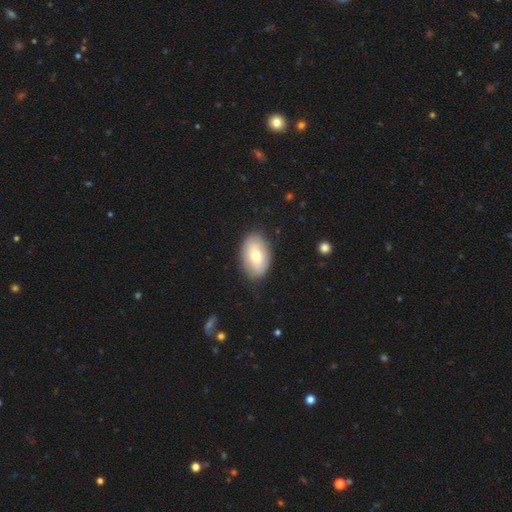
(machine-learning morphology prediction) This is likely a smooth galaxy (70%). How rounded: clearly in between (90%). Merging: clearly none (85%).